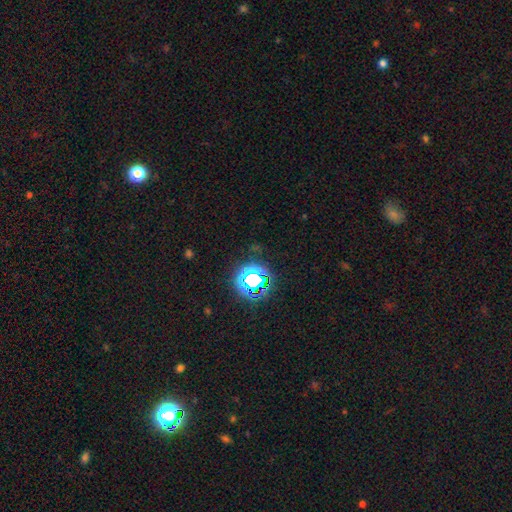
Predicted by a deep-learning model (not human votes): Smooth or featured? Predicted: star or artifact (p=0.75).